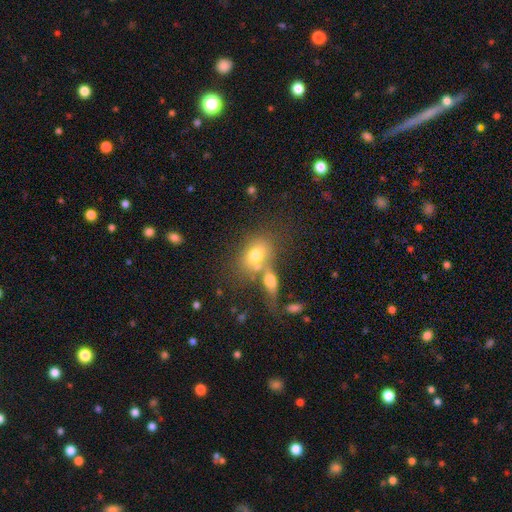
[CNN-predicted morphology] Smooth or featured? smooth (69%)
How rounded? in between (72%)
Merging? none (44%)